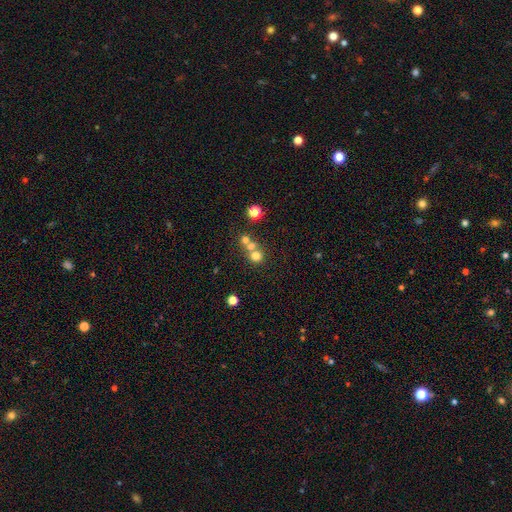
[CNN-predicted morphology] This is likely a smooth galaxy (68%). How rounded: clearly round (86%). Merging: possibly merger (47%).